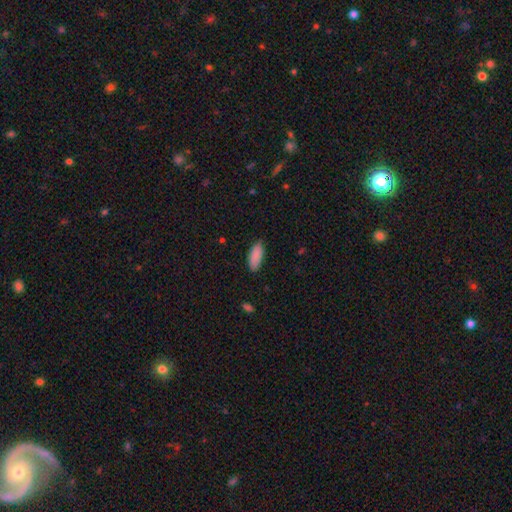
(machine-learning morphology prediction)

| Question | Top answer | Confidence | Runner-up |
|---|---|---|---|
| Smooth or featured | smooth | 90% | star or artifact (6%) |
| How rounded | in between | 81% | cigar-shaped (18%) |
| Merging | none | 85% | minor disturbance (12%) |